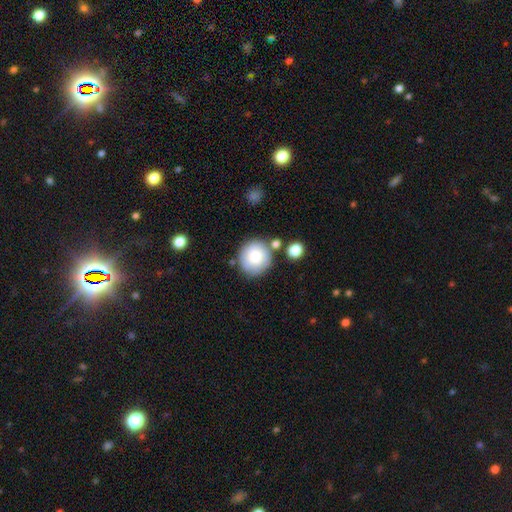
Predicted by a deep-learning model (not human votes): Smooth or featured? Predicted: smooth (p=0.76). How rounded? Predicted: round (p=0.92). Merging? Predicted: none (p=0.74).